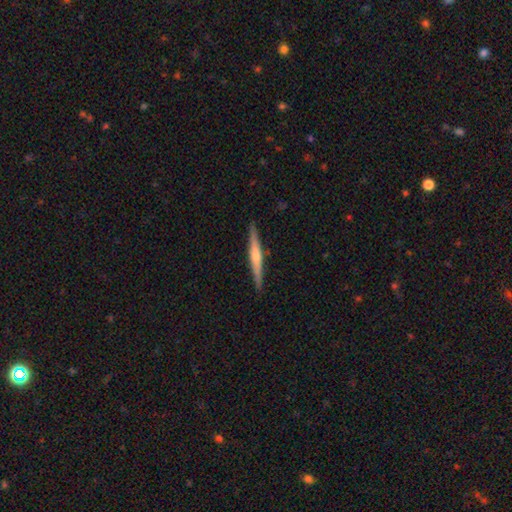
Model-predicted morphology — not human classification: type=featured or disk (72%); edge-on=yes (98%); edge-on bulge=rounded (75%); merging=none (92%).